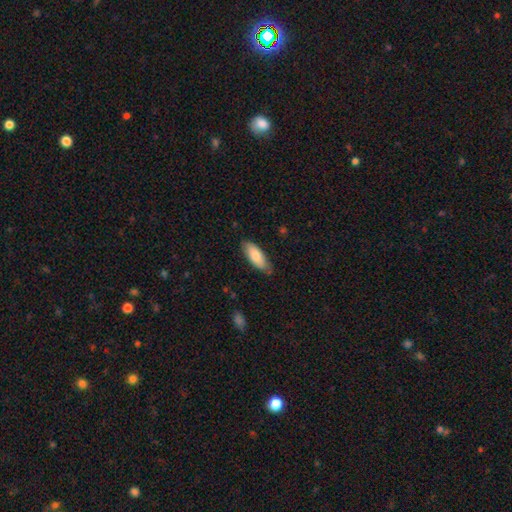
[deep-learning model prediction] smooth 82%, featured or disk 13%, star or artifact 6%. Down the decision tree: how rounded — in between (76%); merging — none (78%).